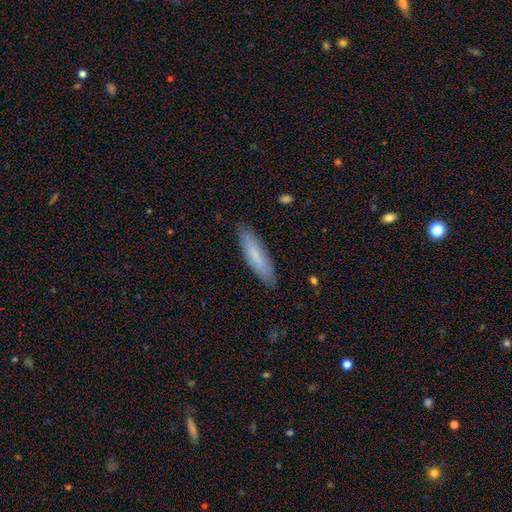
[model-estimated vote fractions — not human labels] Q: Smooth or featured?
A: smooth (74%); runner-up: featured or disk (19%)
Q: How rounded?
A: cigar-shaped (75%); runner-up: in between (24%)
Q: Merging?
A: none (87%); runner-up: minor disturbance (10%)